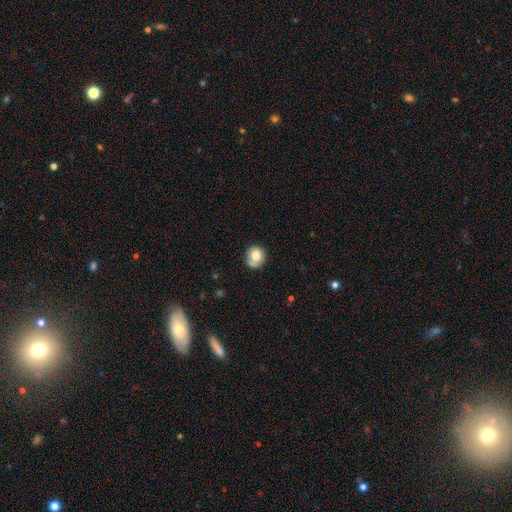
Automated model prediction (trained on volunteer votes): Smooth or featured: smooth — 75% (featured or disk — 16%)
How rounded: round — 82% (in between — 17%)
Merging: none — 64% (minor disturbance — 21%)